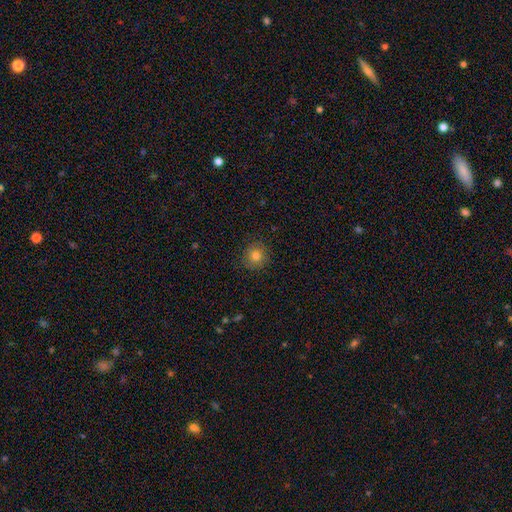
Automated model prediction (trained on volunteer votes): This is clearly a smooth galaxy (81%). How rounded: clearly round (90%). Merging: clearly none (86%).